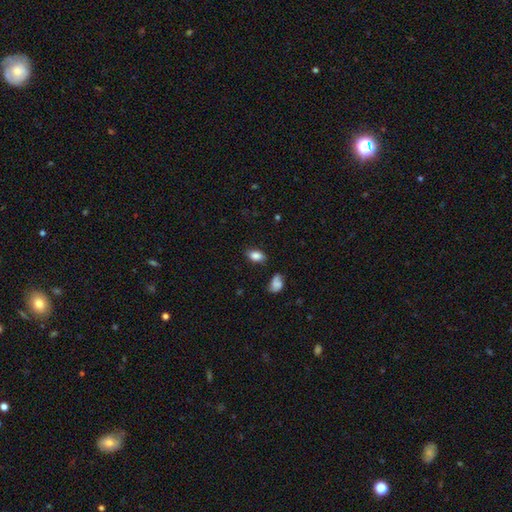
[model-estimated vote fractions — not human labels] Q: Smooth or featured?
A: smooth (85%); runner-up: star or artifact (8%)
Q: How rounded?
A: in between (90%); runner-up: round (7%)
Q: Merging?
A: none (79%); runner-up: minor disturbance (15%)